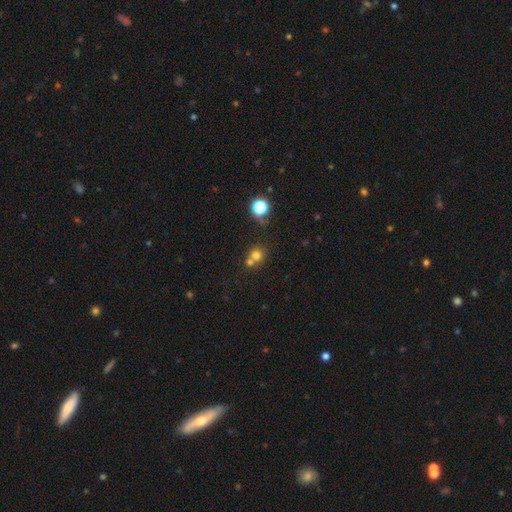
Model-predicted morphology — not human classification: smooth-or-featured: smooth: 72% | star or artifact: 17% | featured or disk: 11%
  how-rounded: round: 87% | in between: 12% | cigar-shaped: 1%
  merging: none: 49% | merger: 42% | minor disturbance: 7% | major disturbance: 3%